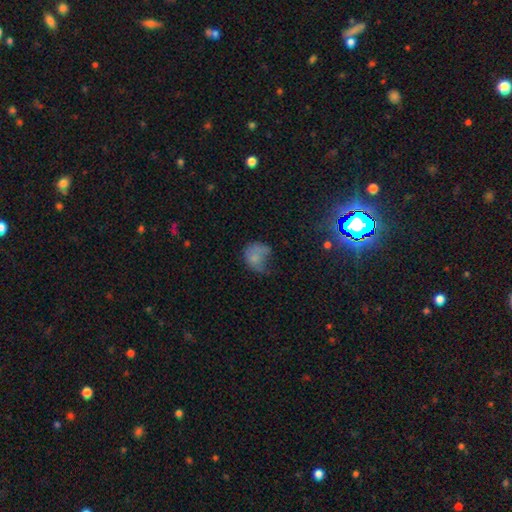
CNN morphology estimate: type=smooth (66%); roundness=round (52%); merging=major disturbance (36%).